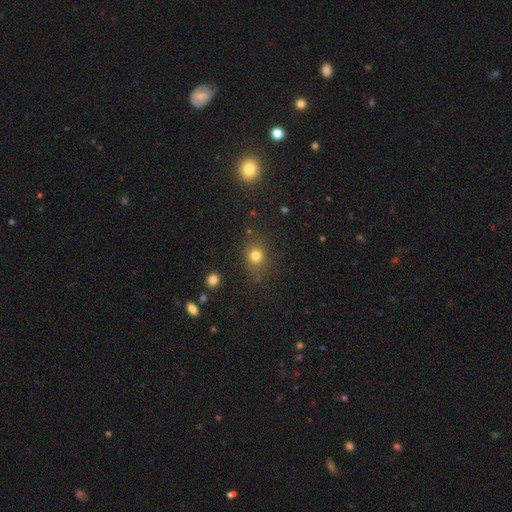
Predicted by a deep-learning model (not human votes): Smooth or featured?
  - smooth: 78% *
  - star or artifact: 15%
  - featured or disk: 7%
How rounded?
  - round: 71% *
  - in between: 28%
  - cigar-shaped: 1%
Merging?
  - none: 80% *
  - minor disturbance: 12%
  - major disturbance: 5%
  - merger: 3%